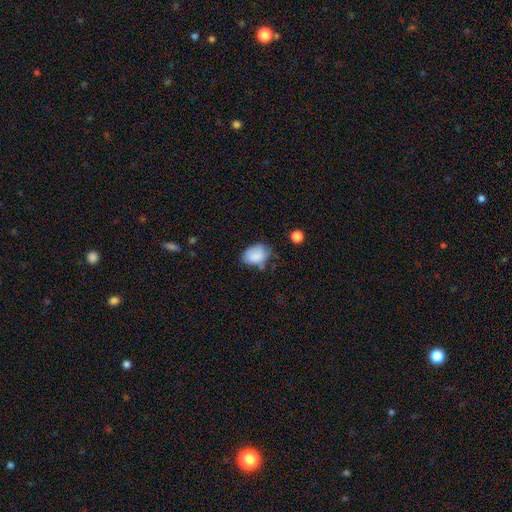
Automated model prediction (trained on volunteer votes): Q: Smooth or featured?
A: smooth (85%); runner-up: star or artifact (8%)
Q: How rounded?
A: in between (76%); runner-up: round (23%)
Q: Merging?
A: none (55%); runner-up: minor disturbance (31%)